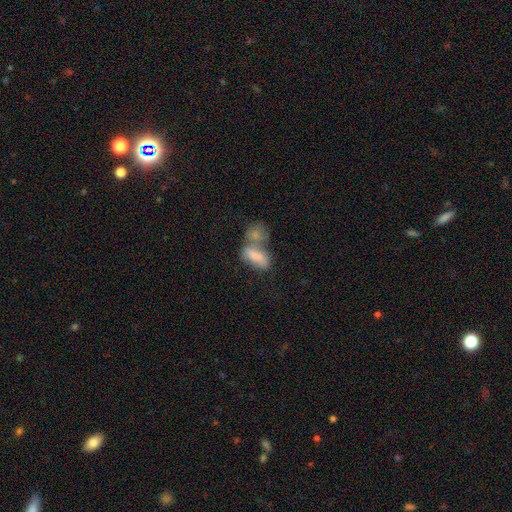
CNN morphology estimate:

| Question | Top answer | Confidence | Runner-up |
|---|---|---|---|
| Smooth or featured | smooth | 75% | featured or disk (17%) |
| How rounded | in between | 86% | cigar-shaped (8%) |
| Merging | merger | 61% | none (21%) |